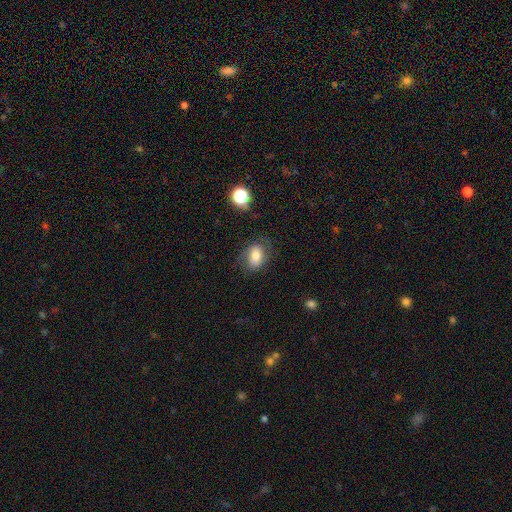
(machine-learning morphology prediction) type=smooth (72%); roundness=in between (77%); merging=none (71%).